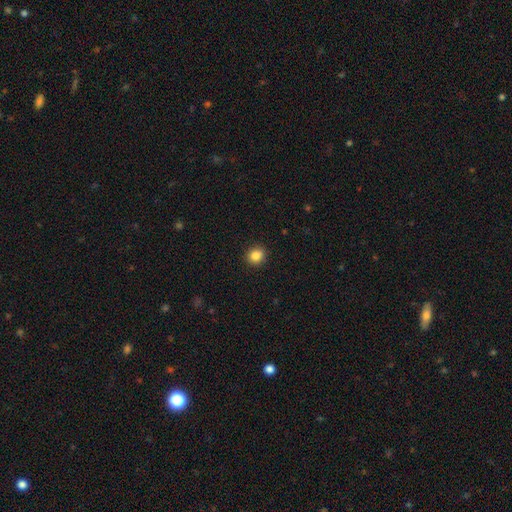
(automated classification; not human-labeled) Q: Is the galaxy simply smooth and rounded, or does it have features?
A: smooth — 85%.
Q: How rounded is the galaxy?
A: round — 84%.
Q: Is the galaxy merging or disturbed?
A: none — 91%.